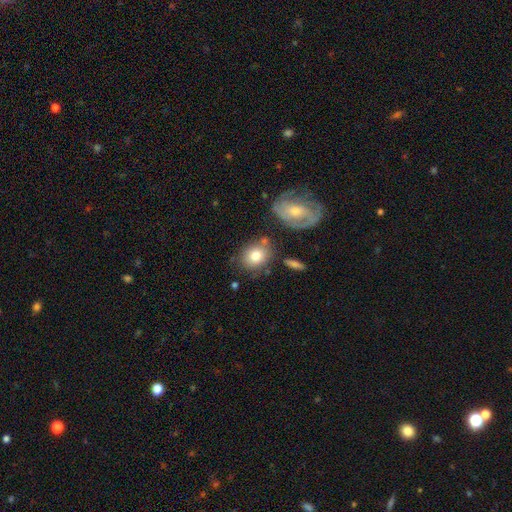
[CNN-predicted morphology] Q: Smooth or featured?
A: smooth (75%); runner-up: featured or disk (17%)
Q: How rounded?
A: round (56%); runner-up: in between (43%)
Q: Merging?
A: none (67%); runner-up: minor disturbance (16%)